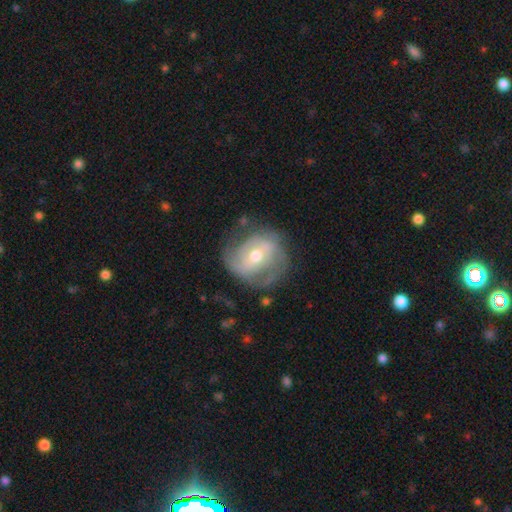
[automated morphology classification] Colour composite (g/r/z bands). It shows a featured or disk galaxy (74%) with a weak bar (42%), 2 (57%) tight (40%, tied with medium) spiral arms (83%) and a moderate central bulge (62%). Merging: none (64%).